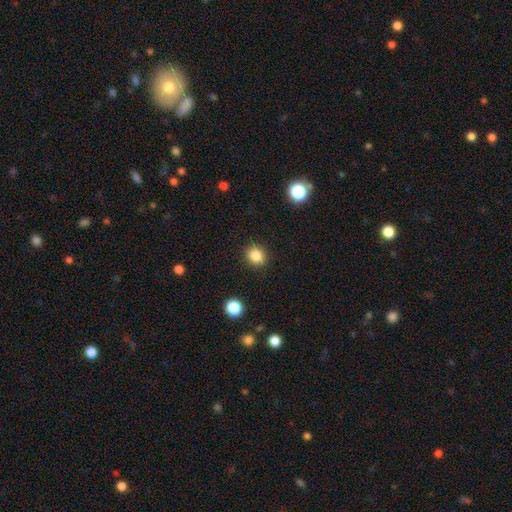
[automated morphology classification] A smooth galaxy with no disk features (84%) that is round (79%).

Vote fractions:
- Smooth or featured? smooth: 84% / star or artifact: 11% / featured or disk: 4%
- How rounded? round: 79% / in between: 20% / cigar-shaped: 1%
- Merging? none: 90% / minor disturbance: 6% / major disturbance: 2% / merger: 1%